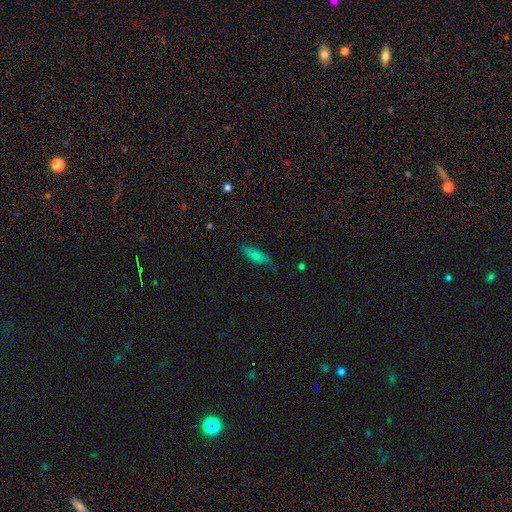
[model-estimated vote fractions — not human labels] Smooth or featured? smooth (72%)
How rounded? in between (64%)
Merging? none (52%)